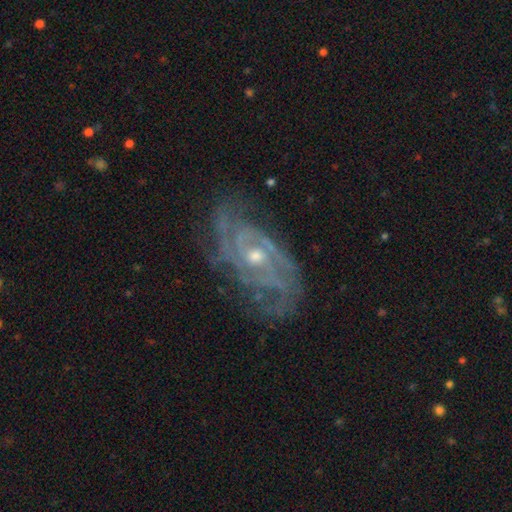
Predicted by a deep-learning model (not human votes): Q: Smooth or featured?
A: featured or disk (90%); runner-up: star or artifact (5%)
Q: Edge-on disk?
A: no (96%); runner-up: yes (4%)
Q: Bar?
A: no (67%); runner-up: weak (27%)
Q: Spiral arms?
A: yes (96%); runner-up: no (4%)
Q: Spiral winding?
A: tight (55%); runner-up: medium (36%)
Q: Spiral arm count?
A: 2 (34%); runner-up: can't tell (23%)
Q: Bulge size?
A: moderate (54%); runner-up: small (43%)
Q: Merging?
A: none (67%); runner-up: minor disturbance (21%)